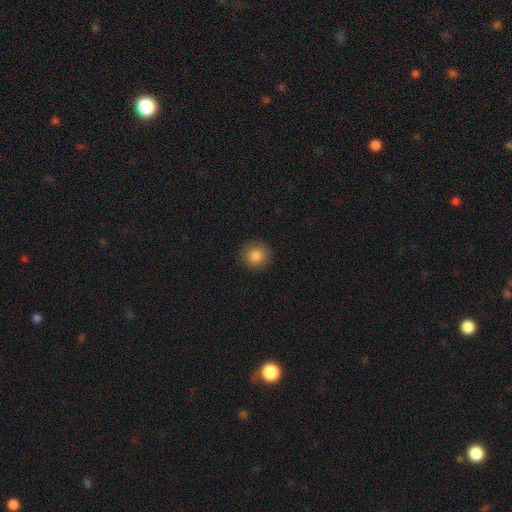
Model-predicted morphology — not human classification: smooth-or-featured: smooth: 85% | star or artifact: 10% | featured or disk: 5%
  how-rounded: round: 94% | in between: 5% | cigar-shaped: 1%
  merging: none: 91% | minor disturbance: 6% | major disturbance: 2% | merger: 1%